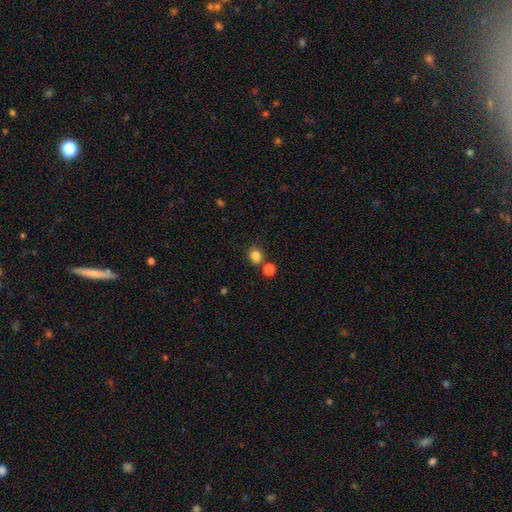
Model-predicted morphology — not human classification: The model was most divided on "how rounded": round: 74%, in between: 26%, cigar-shaped: 1%. More confident: smooth or featured — smooth (83%); merging — none (74%).